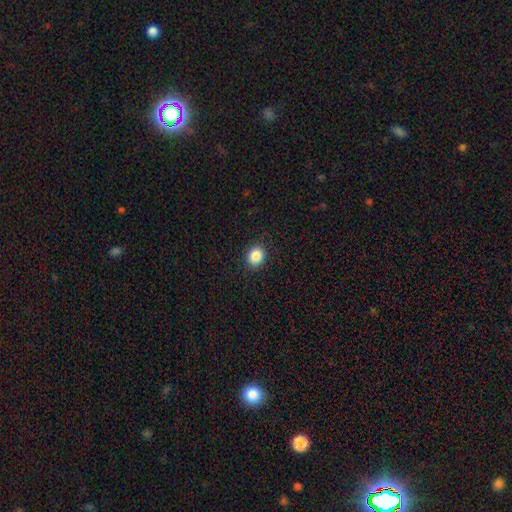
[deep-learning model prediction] This appears to be a smooth galaxy with no disk features (86%) that is round (71%). Merging: none (90%).